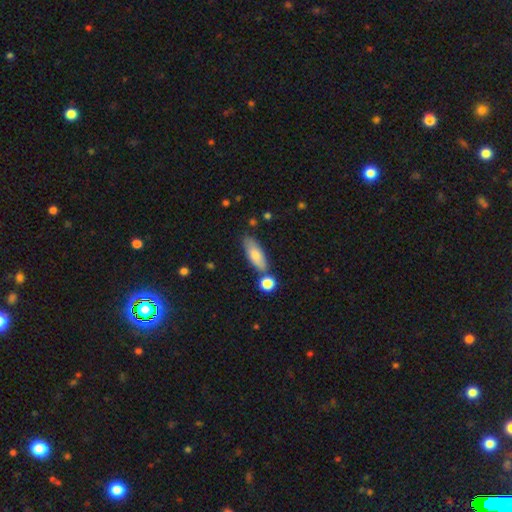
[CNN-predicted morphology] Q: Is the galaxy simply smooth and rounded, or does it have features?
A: smooth — 78%.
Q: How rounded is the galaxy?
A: in between — 68%.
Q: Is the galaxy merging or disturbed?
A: none — 71%.